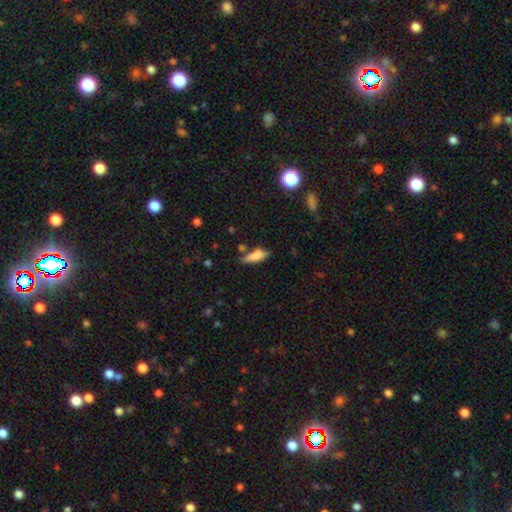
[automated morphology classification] Smooth or featured: smooth — 77% (featured or disk — 15%)
How rounded: in between — 53% (cigar-shaped — 44%)
Merging: none — 56% (minor disturbance — 27%)